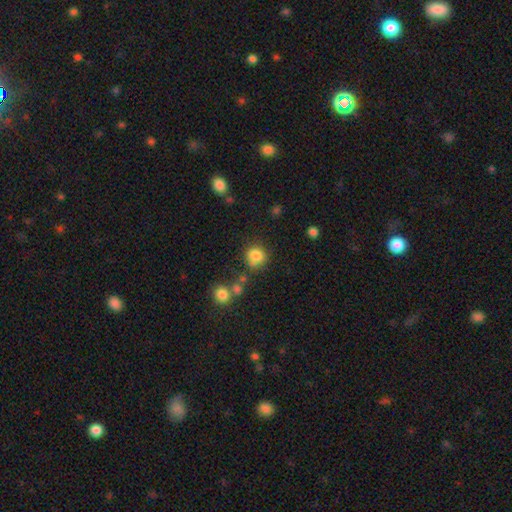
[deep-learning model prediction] Smooth or featured: smooth — 84% (star or artifact — 11%)
How rounded: round — 86% (in between — 13%)
Merging: none — 70% (minor disturbance — 16%)